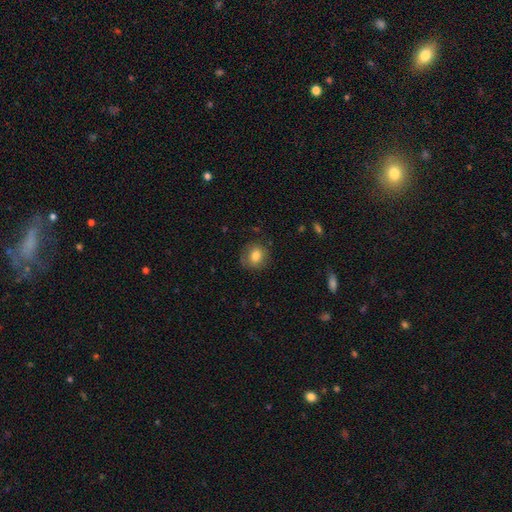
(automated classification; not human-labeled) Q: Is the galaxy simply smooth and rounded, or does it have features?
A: smooth — 80%.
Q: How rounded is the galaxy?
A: round — 80%.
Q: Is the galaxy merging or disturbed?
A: none — 79%.